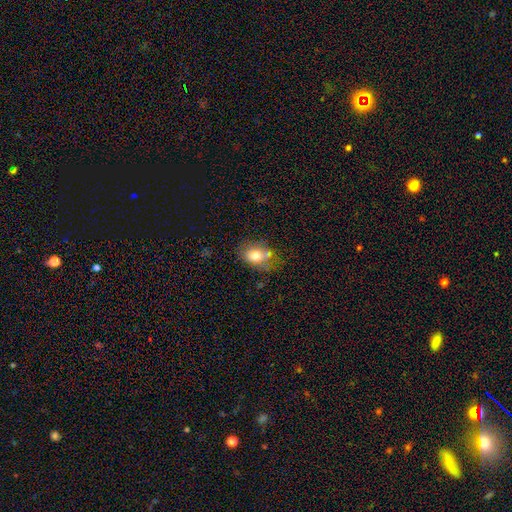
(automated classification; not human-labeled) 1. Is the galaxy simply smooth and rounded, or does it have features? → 75% smooth, 16% featured or disk, 9% star or artifact.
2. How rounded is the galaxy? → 69% in between, 30% round, 1% cigar-shaped.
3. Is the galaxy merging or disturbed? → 49% none, 26% minor disturbance, 14% merger, 10% major disturbance.